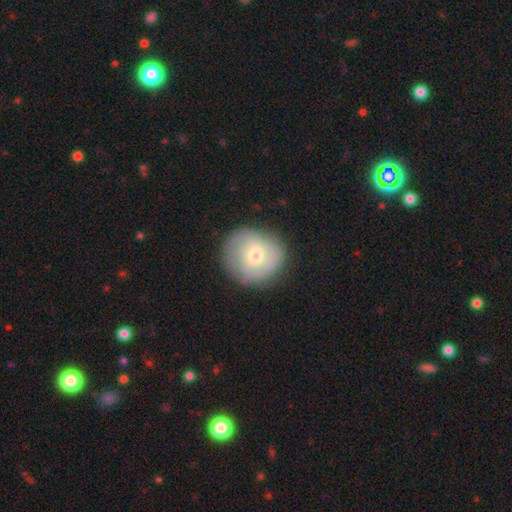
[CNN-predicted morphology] Smooth or featured?
  - featured or disk: 50% *
  - smooth: 43%
  - star or artifact: 7%
Merging?
  - none: 80% *
  - minor disturbance: 14%
  - major disturbance: 5%
  - merger: 1%